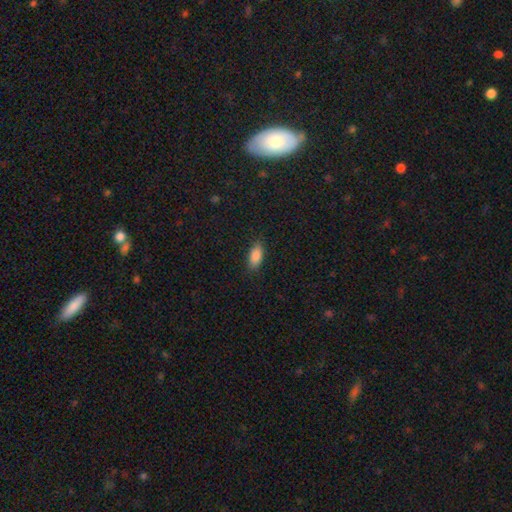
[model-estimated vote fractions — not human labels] Morphology: type=smooth (87%); roundness=in between (87%); merging=none (86%).